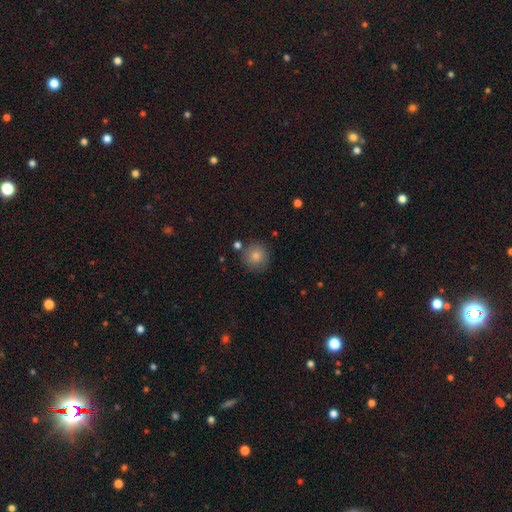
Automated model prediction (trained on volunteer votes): The model was most divided on "smooth or featured": smooth: 82%, star or artifact: 10%, featured or disk: 8%. More confident: how rounded — round (93%); merging — none (83%).